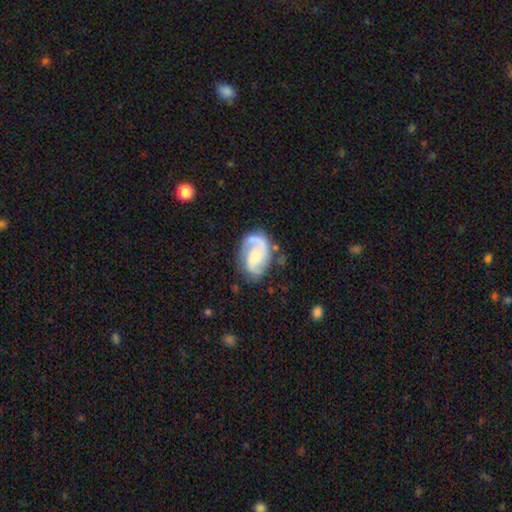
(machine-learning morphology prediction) Smooth or featured: featured or disk — 84% (smooth — 11%)
Edge-on disk: no — 98% (yes — 2%)
Bar: no — 55% (weak — 37%)
Spiral arms: yes — 96% (no — 4%)
Spiral winding: medium — 49% (tight — 26%)
Spiral arm count: 2 — 82% (1 — 10%)
Bulge size: moderate — 52% (small — 38%)
Merging: none — 70% (minor disturbance — 19%)